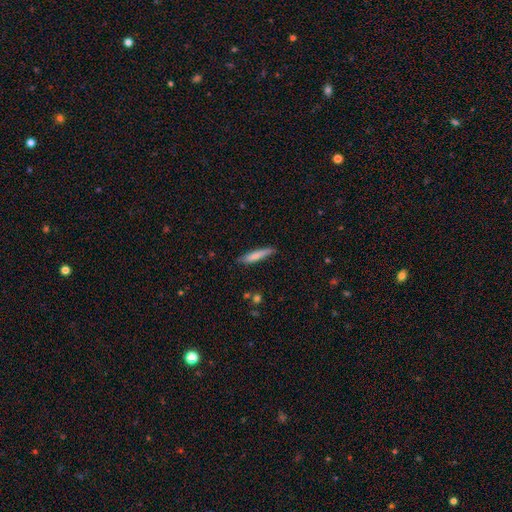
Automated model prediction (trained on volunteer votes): Smooth or featured? Predicted: smooth (p=0.77). How rounded? Predicted: cigar-shaped (p=0.88). Merging? Predicted: none (p=0.80).